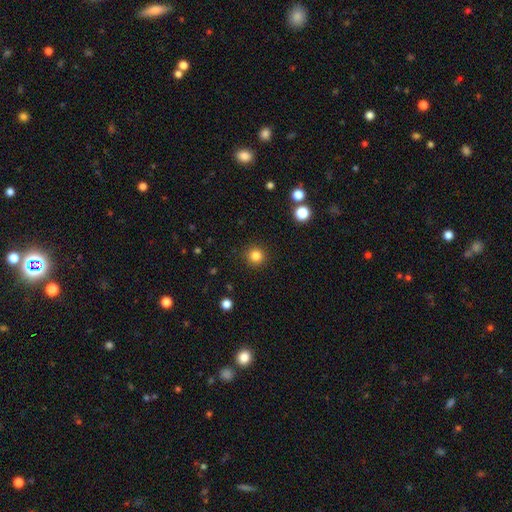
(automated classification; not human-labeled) A smooth galaxy with no disk features (83%) that is round (95%).

Vote fractions:
- Smooth or featured? smooth: 83% / star or artifact: 12% / featured or disk: 4%
- How rounded? round: 95% / in between: 4% / cigar-shaped: 1%
- Merging? none: 91% / minor disturbance: 5% / major disturbance: 2% / merger: 1%